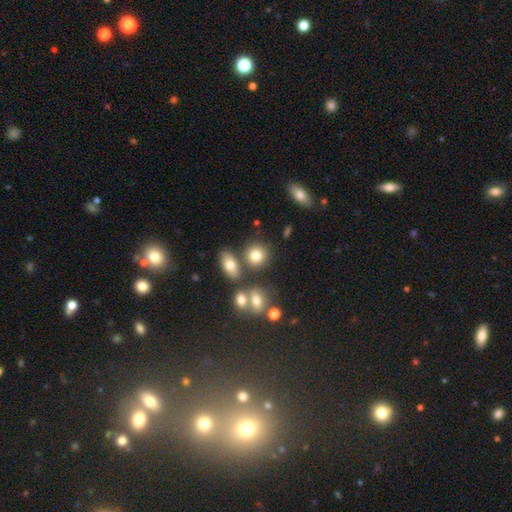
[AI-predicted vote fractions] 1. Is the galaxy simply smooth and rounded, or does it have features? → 77% smooth, 12% star or artifact, 11% featured or disk.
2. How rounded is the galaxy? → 76% round, 23% in between, 2% cigar-shaped.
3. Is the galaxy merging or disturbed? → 66% none, 18% merger, 11% minor disturbance, 5% major disturbance.